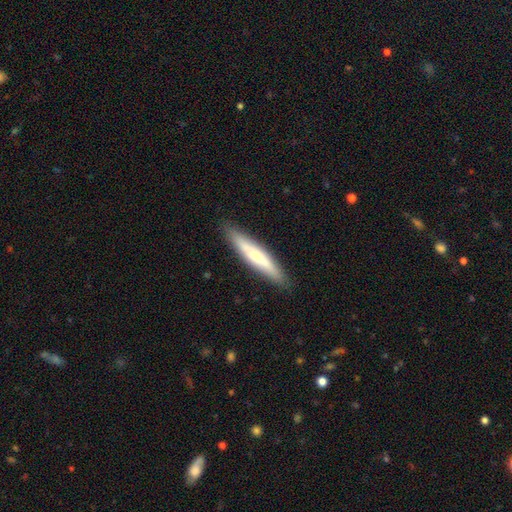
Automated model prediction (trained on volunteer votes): Smooth or featured?
  - smooth: 56% *
  - featured or disk: 39%
  - star or artifact: 6%
How rounded?
  - cigar-shaped: 91% *
  - in between: 8%
  - round: 1%
Merging?
  - none: 89% *
  - minor disturbance: 8%
  - major disturbance: 2%
  - merger: 1%